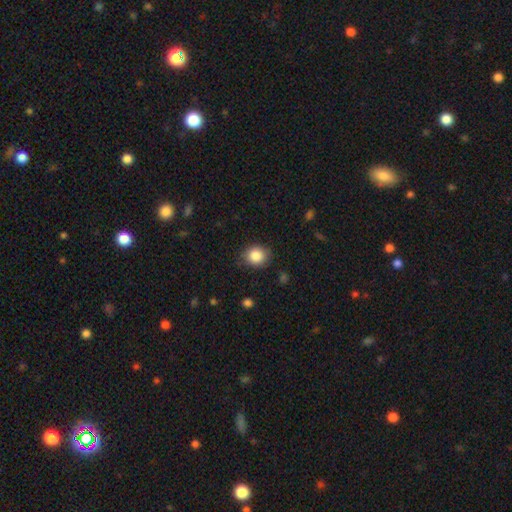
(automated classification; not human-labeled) Smooth or featured: smooth — 85% (star or artifact — 9%)
How rounded: round — 68% (in between — 31%)
Merging: none — 84% (minor disturbance — 12%)